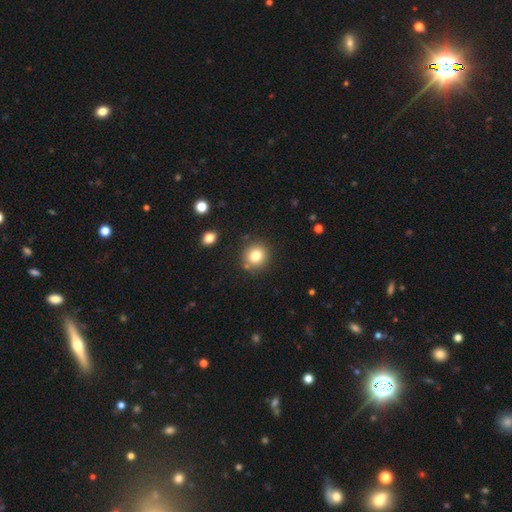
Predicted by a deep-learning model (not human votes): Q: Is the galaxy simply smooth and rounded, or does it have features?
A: smooth — 80%.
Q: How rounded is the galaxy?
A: round — 89%.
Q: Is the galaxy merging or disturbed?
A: none — 85%.